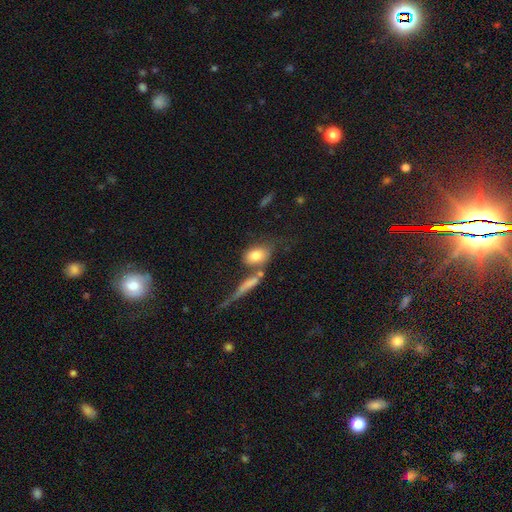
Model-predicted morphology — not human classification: Smooth or featured?
  - smooth: 76% *
  - featured or disk: 16%
  - star or artifact: 8%
How rounded?
  - in between: 74% *
  - round: 20%
  - cigar-shaped: 6%
Merging?
  - none: 42% *
  - merger: 30%
  - minor disturbance: 16%
  - major disturbance: 12%